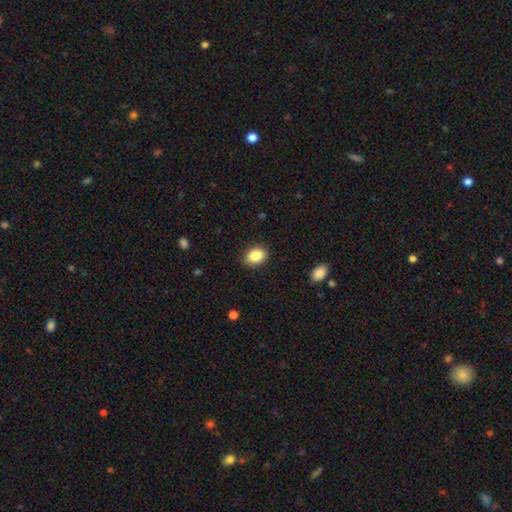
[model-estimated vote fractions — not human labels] A smooth galaxy with no disk features (86%) that is in between round and cigar-shaped (71%).

Vote fractions:
- Smooth or featured? smooth: 86% / star or artifact: 8% / featured or disk: 6%
- How rounded? in between: 71% / round: 28% / cigar-shaped: 1%
- Merging? none: 88% / minor disturbance: 8% / major disturbance: 2% / merger: 1%